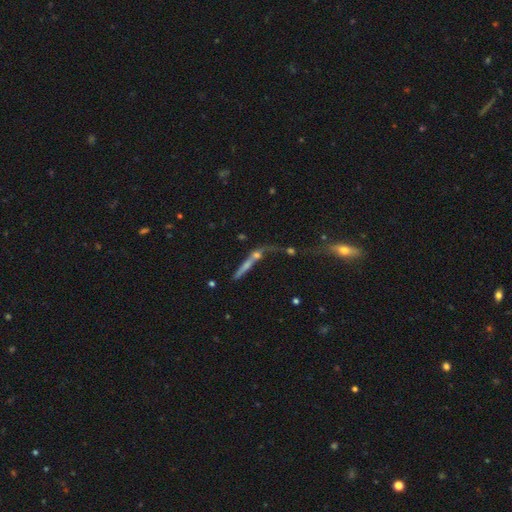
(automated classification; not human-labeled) Smooth or featured: featured or disk — 49% (smooth — 35%)
Merging: merger — 40% (none — 30%)